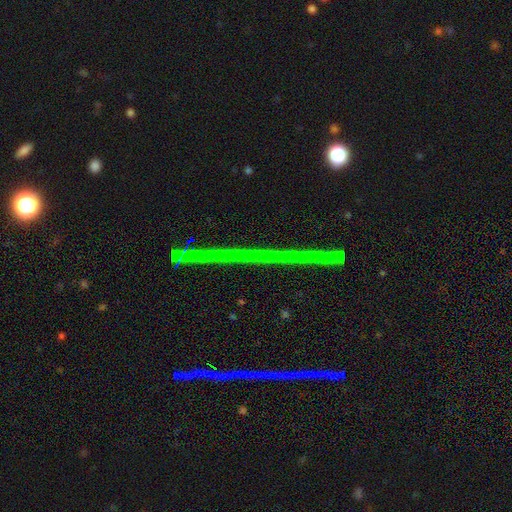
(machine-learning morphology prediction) star or artifact 71%, featured or disk 21%, smooth 8%.